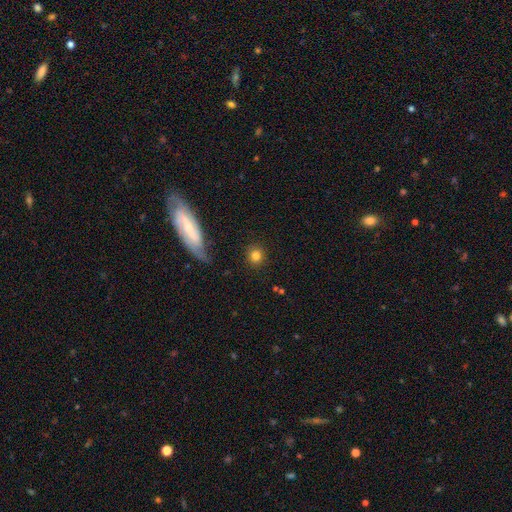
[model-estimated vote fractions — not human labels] A smooth galaxy with no disk features (79%) that is round (90%). Merging: none (87%).